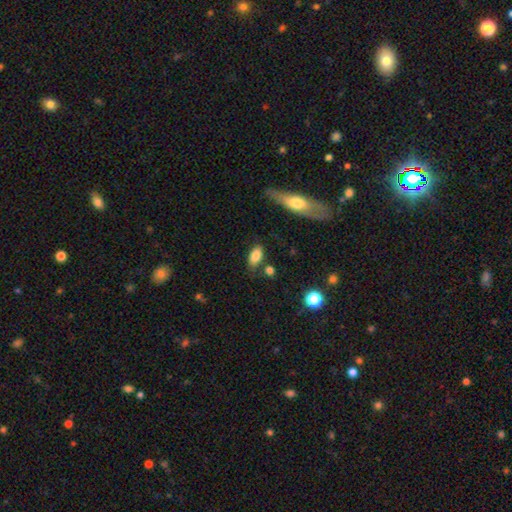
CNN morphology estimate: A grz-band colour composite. It shows a smooth galaxy with no disk features (82%) that is in between round and cigar-shaped (89%). Merging: none (73%).